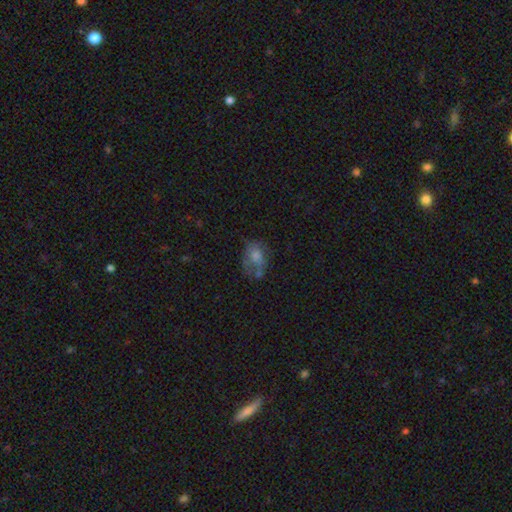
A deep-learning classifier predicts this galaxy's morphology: type=smooth (54%); roundness=in between (67%); merging=none (40%).